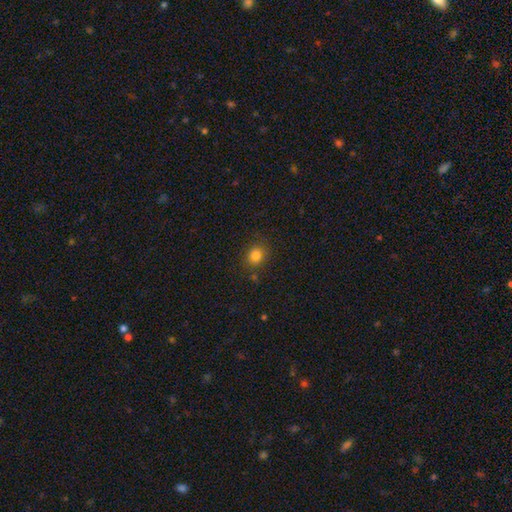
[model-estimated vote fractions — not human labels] Smooth or featured? smooth (80%)
How rounded? round (71%)
Merging? none (81%)